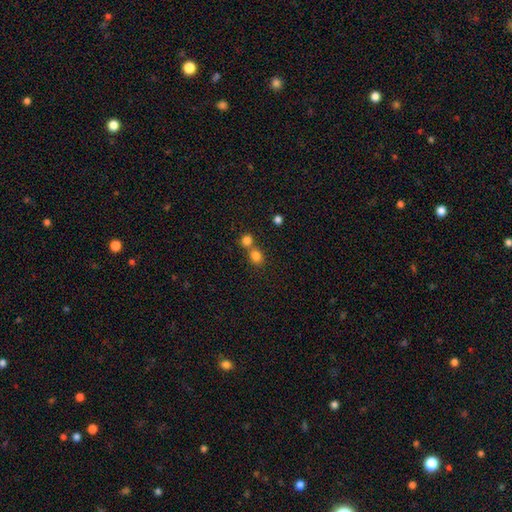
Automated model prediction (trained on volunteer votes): The model was most divided on "merging": none: 48%, merger: 42%, minor disturbance: 7%, major disturbance: 3%. More confident: smooth or featured — smooth (81%); how rounded — round (71%).